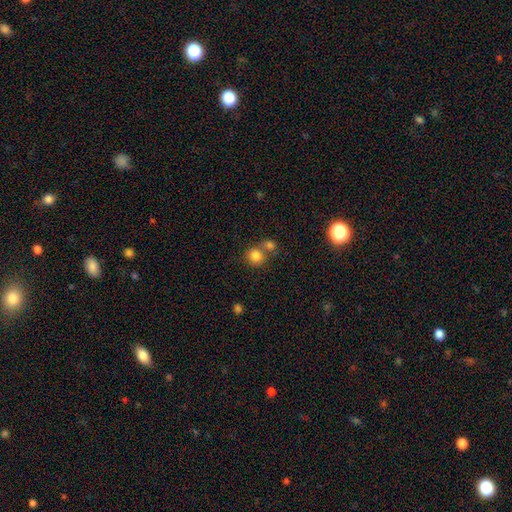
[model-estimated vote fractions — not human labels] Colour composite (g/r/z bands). It shows a smooth galaxy with no disk features (81%) that is round (82%). Merging: none (50%).